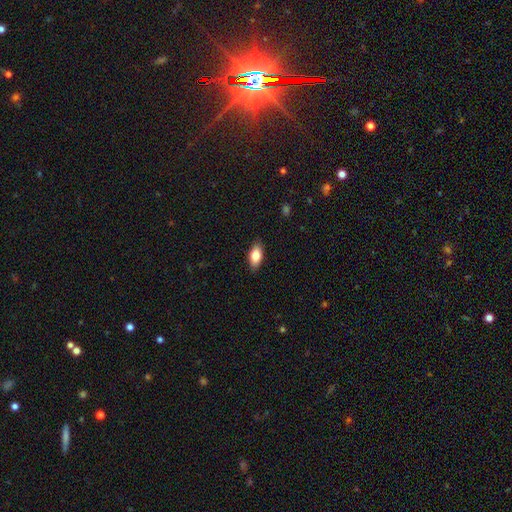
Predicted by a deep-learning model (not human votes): Smooth or featured? Predicted: smooth (p=0.80). How rounded? Predicted: in between (p=0.88). Merging? Predicted: none (p=0.88).